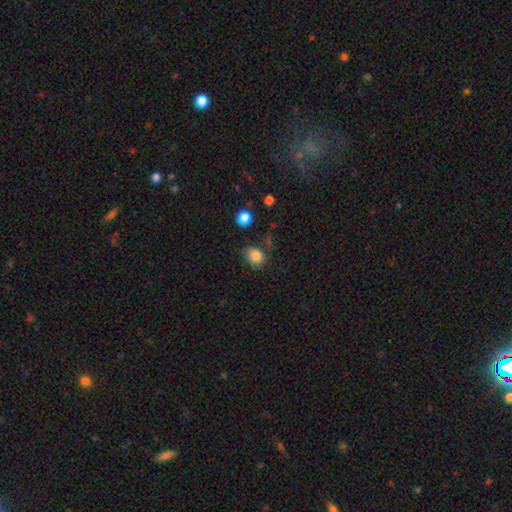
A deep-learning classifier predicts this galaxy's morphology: smooth 85%, star or artifact 10%, featured or disk 5%. Down the decision tree: how rounded — round (50%); merging — none (62%).